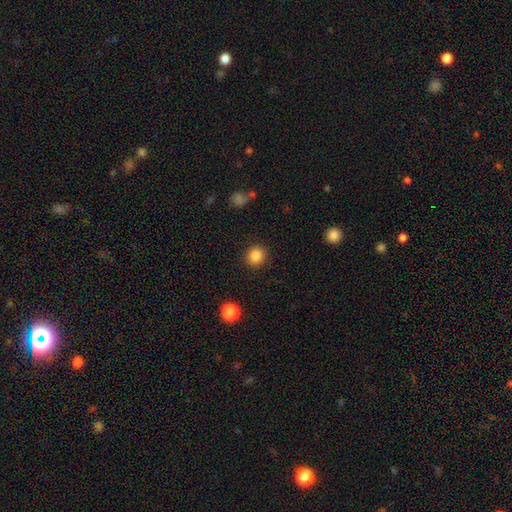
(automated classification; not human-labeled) Overall: smooth (86%). How rounded: round (90%). Merging: none (90%).